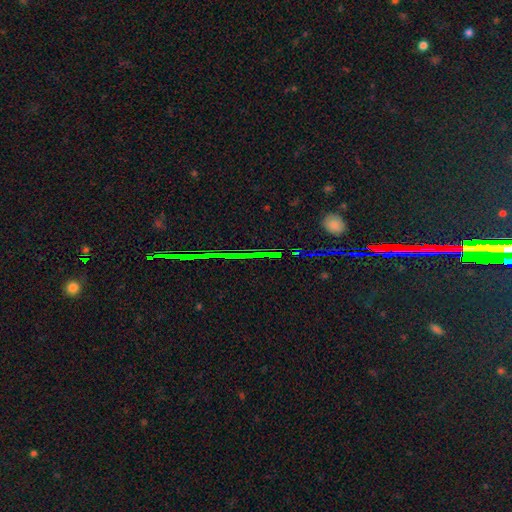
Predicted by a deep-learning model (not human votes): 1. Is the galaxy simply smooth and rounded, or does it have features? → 80% star or artifact, 11% featured or disk, 9% smooth.